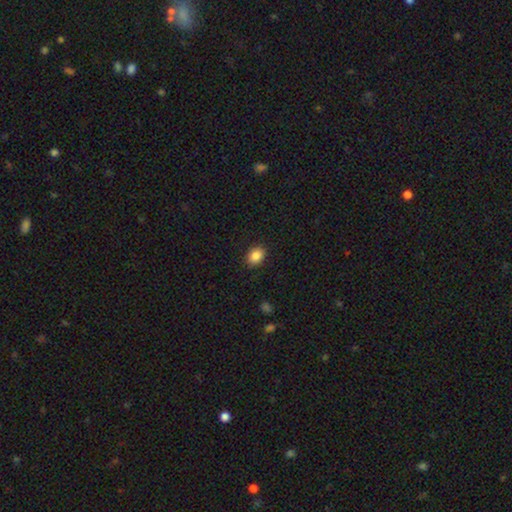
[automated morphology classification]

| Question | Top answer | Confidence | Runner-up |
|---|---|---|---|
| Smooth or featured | smooth | 86% | star or artifact (9%) |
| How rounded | in between | 68% | round (31%) |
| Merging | none | 89% | minor disturbance (8%) |